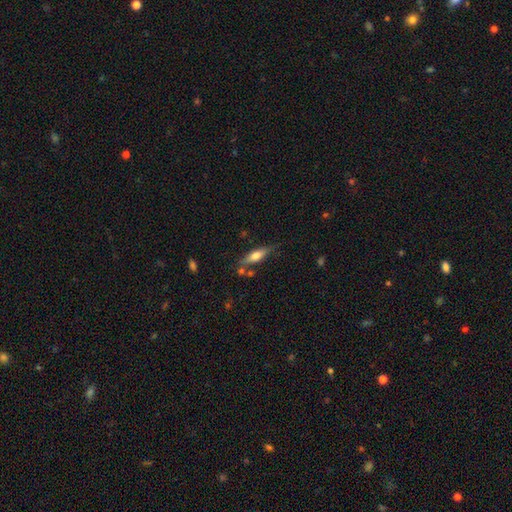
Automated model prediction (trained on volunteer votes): smooth 58%, featured or disk 35%, star or artifact 7%. Down the decision tree: how rounded — cigar-shaped (55%); merging — none (67%).